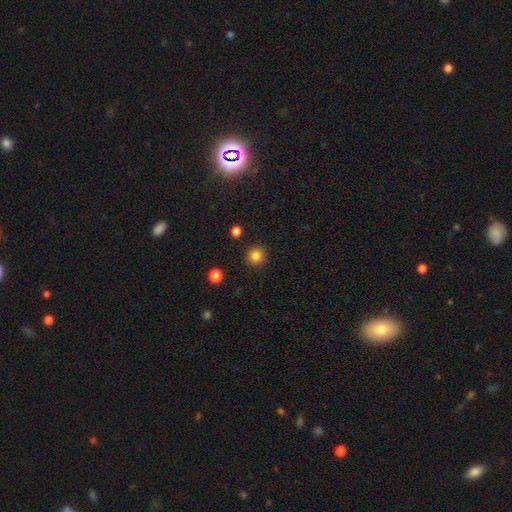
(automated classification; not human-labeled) This appears to be a smooth galaxy with no disk features (85%) that is round (93%). Merging: none (91%).